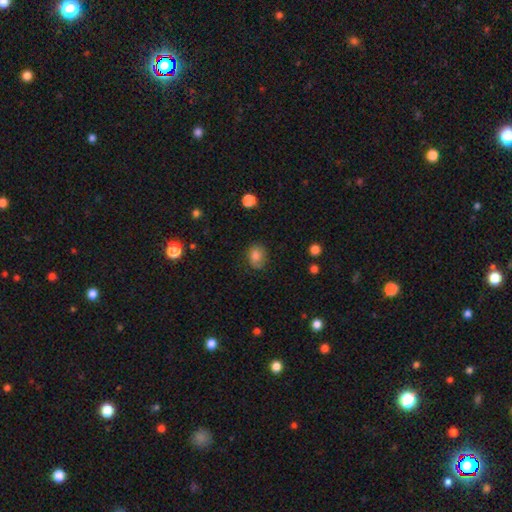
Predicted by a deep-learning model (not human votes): This is likely a smooth galaxy (79%). How rounded: possibly in between (50%). Merging: likely none (74%).